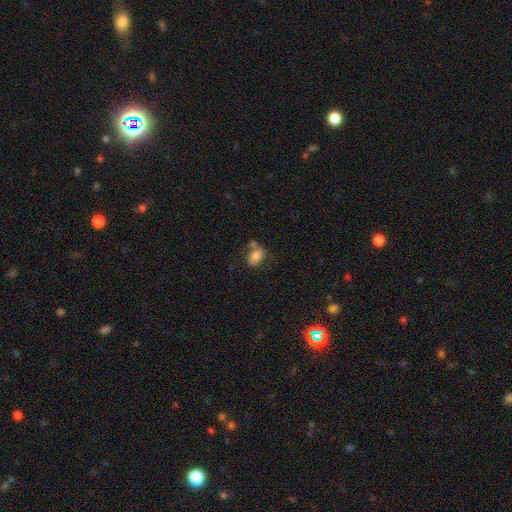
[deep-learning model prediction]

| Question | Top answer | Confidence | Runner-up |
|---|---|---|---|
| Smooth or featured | smooth | 70% | featured or disk (20%) |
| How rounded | in between | 77% | round (21%) |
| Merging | none | 38% | merger (29%) |